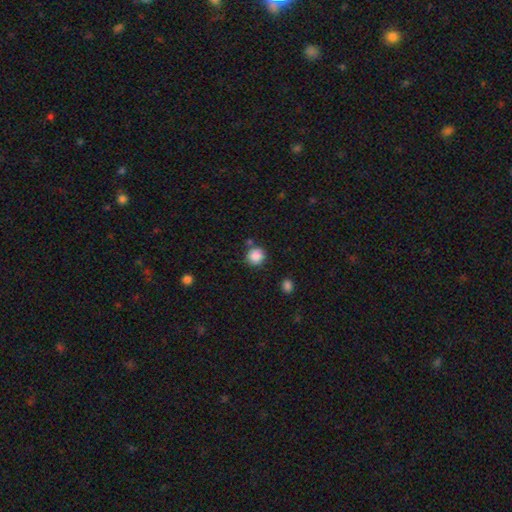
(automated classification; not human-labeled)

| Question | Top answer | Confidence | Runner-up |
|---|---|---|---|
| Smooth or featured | smooth | 87% | star or artifact (10%) |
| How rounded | round | 91% | in between (8%) |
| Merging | none | 79% | minor disturbance (10%) |